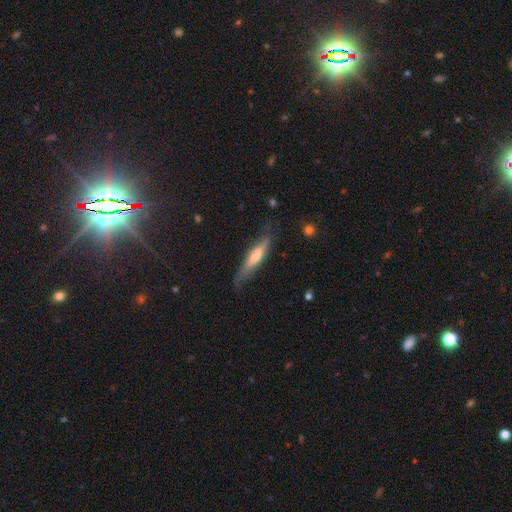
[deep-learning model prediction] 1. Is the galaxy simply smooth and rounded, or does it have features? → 49% featured or disk, 44% smooth, 7% star or artifact.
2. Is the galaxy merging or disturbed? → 73% none, 21% minor disturbance, 5% major disturbance, 2% merger.